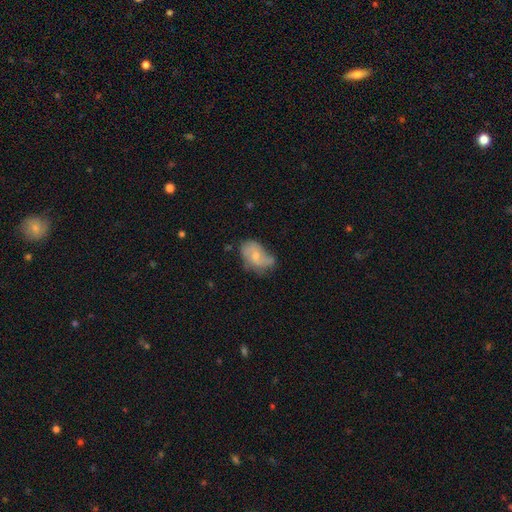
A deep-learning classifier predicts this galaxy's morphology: Smooth or featured? featured or disk (49%)
Merging? none (38%)